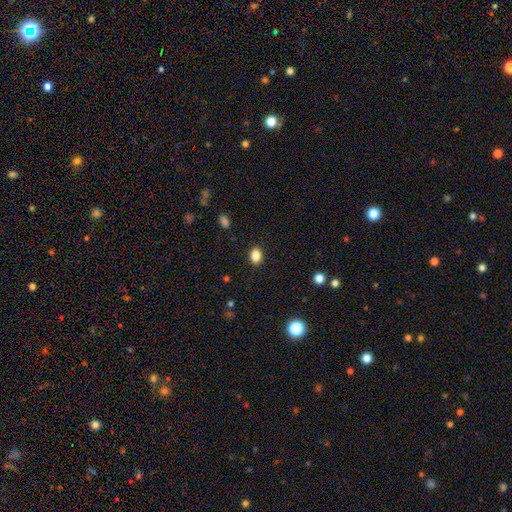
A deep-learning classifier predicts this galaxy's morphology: This is clearly a smooth galaxy (86%). How rounded: likely in between (67%). Merging: clearly none (89%).